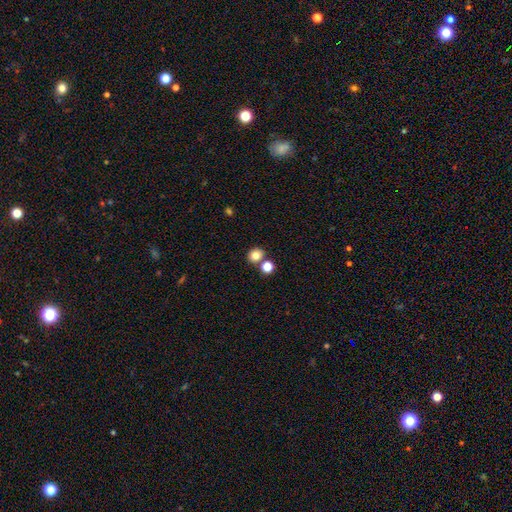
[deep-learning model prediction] Morphology: type=smooth (80%); roundness=round (75%); merging=none (69%).